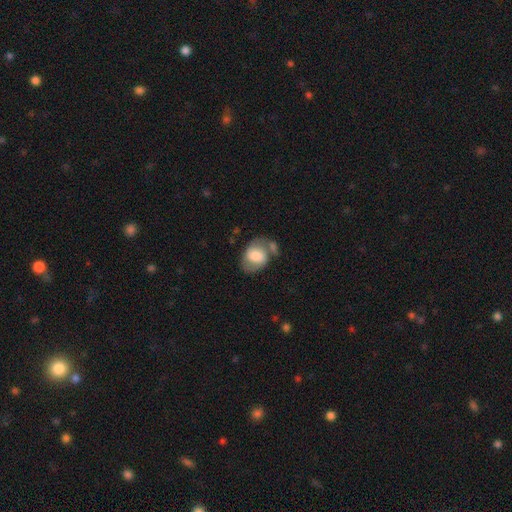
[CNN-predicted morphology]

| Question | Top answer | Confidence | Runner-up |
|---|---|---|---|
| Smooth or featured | smooth | 58% | featured or disk (35%) |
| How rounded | in between | 70% | round (29%) |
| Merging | none | 43% | minor disturbance (23%) |